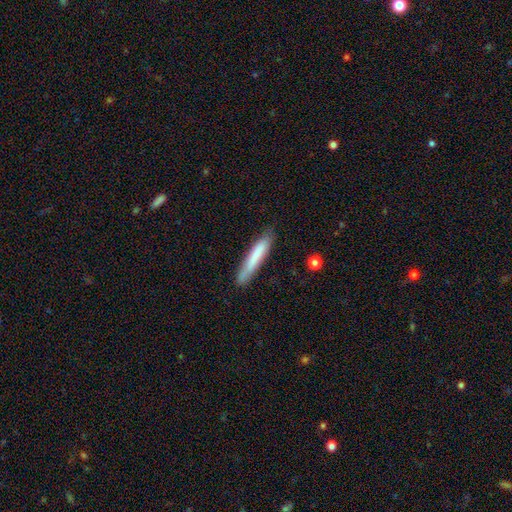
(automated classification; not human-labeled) Smooth or featured: smooth — 74% (featured or disk — 20%)
How rounded: cigar-shaped — 91% (in between — 7%)
Merging: none — 78% (minor disturbance — 17%)